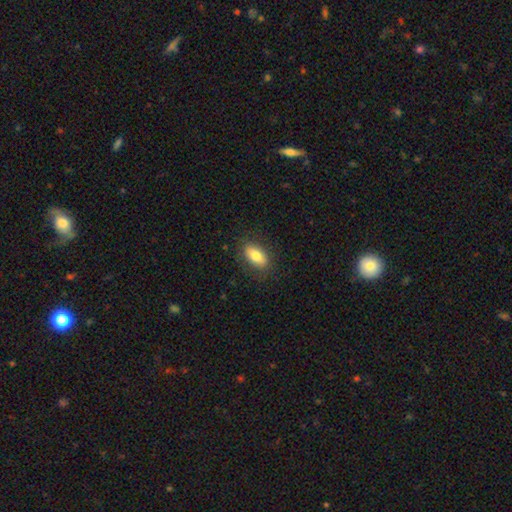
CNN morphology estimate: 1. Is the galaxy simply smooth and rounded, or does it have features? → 79% smooth, 14% featured or disk, 7% star or artifact.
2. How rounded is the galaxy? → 87% in between, 7% cigar-shaped, 5% round.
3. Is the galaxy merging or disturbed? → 84% none, 12% minor disturbance, 4% major disturbance, 1% merger.